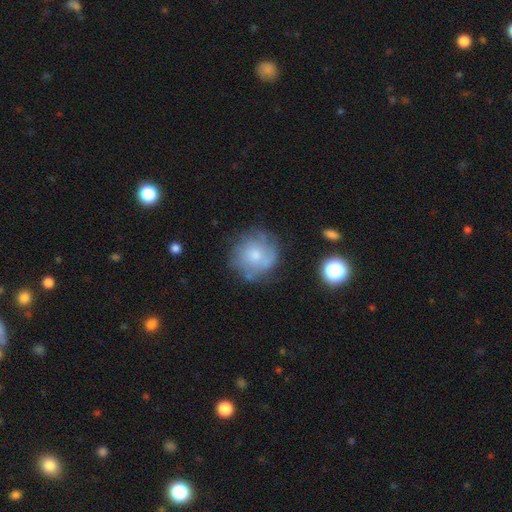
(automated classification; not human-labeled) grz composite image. It shows a smooth galaxy with no disk features (51%) that is round (89%). Merging: none (66%).